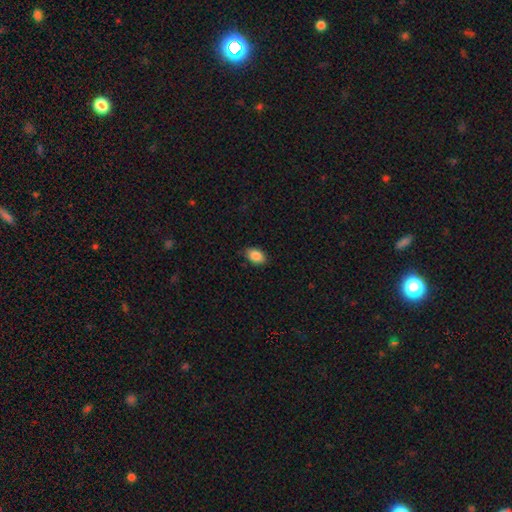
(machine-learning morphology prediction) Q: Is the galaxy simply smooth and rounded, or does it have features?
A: smooth — 88%.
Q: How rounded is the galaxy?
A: in between — 88%.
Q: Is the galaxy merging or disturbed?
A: none — 84%.